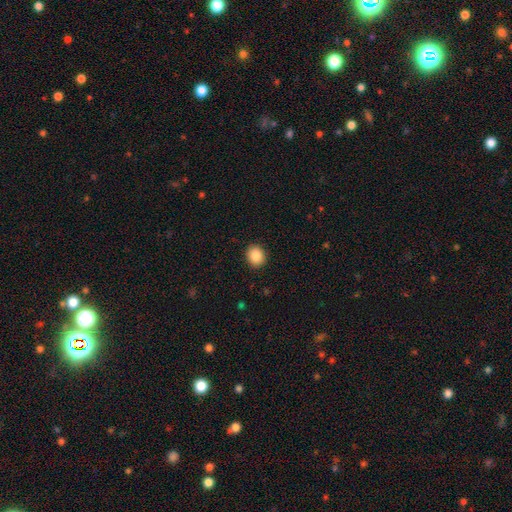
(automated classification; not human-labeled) The model was most divided on "how rounded": round: 66%, in between: 33%, cigar-shaped: 1%. More confident: merging — none (91%); smooth or featured — smooth (88%).